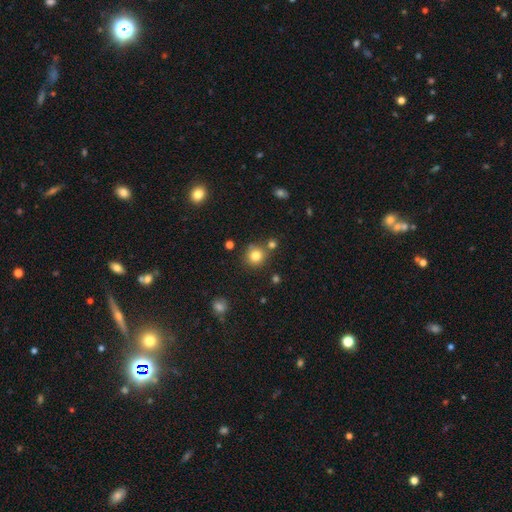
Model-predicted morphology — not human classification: This is clearly a smooth galaxy (80%). How rounded: clearly round (91%). Merging: likely none (76%).